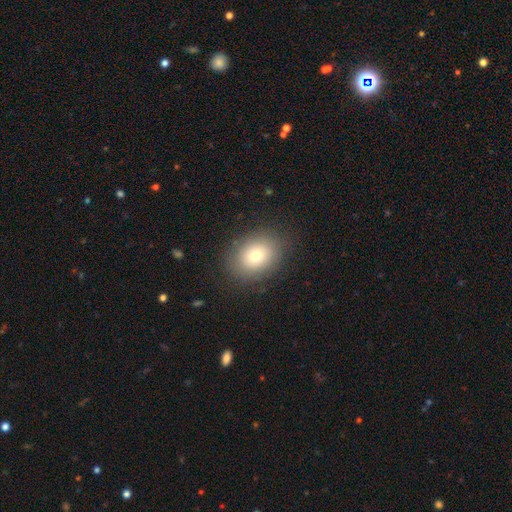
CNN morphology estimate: This is likely a smooth galaxy (76%). How rounded: possibly in between (54%). Merging: clearly none (86%).